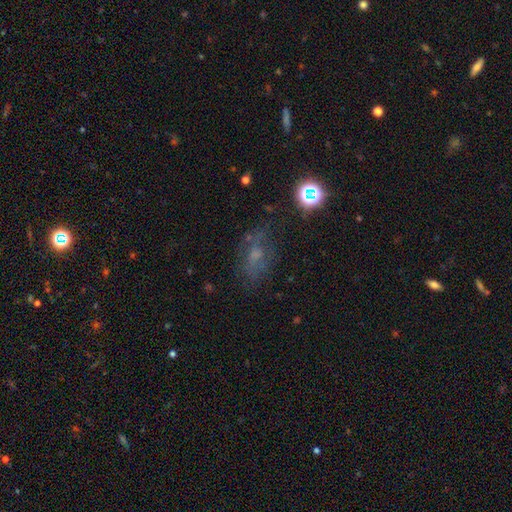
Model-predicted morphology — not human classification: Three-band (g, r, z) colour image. It shows a smooth galaxy with no disk features (40%). Merging: none (60%).